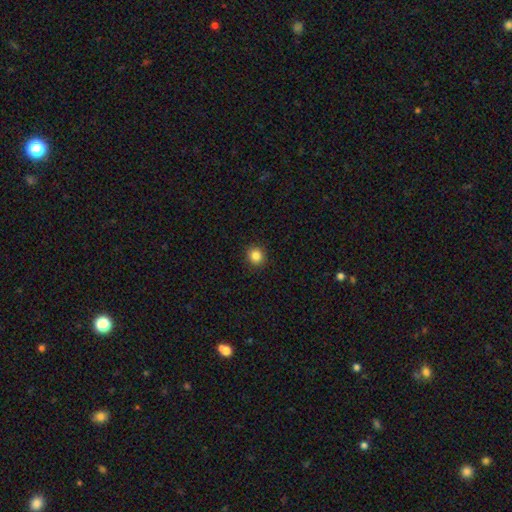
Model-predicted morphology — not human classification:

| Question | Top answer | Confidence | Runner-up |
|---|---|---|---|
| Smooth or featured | smooth | 86% | star or artifact (10%) |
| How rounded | round | 89% | in between (10%) |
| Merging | none | 92% | minor disturbance (5%) |